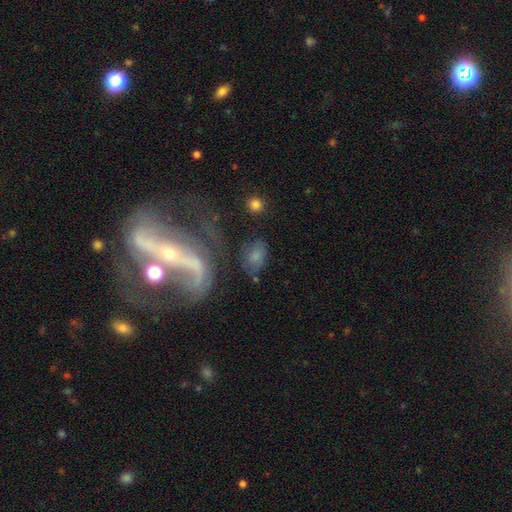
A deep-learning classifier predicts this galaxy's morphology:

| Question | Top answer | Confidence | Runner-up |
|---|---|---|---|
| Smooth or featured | smooth | 65% | featured or disk (23%) |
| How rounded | in between | 80% | round (17%) |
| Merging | none | 61% | minor disturbance (20%) |